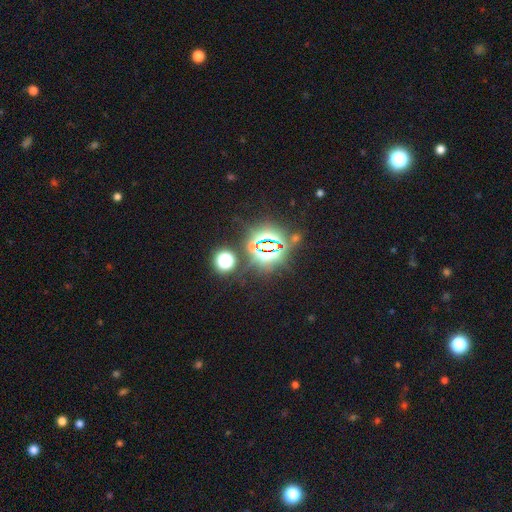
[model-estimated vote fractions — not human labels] Smooth or featured: star or artifact — 83% (smooth — 11%)